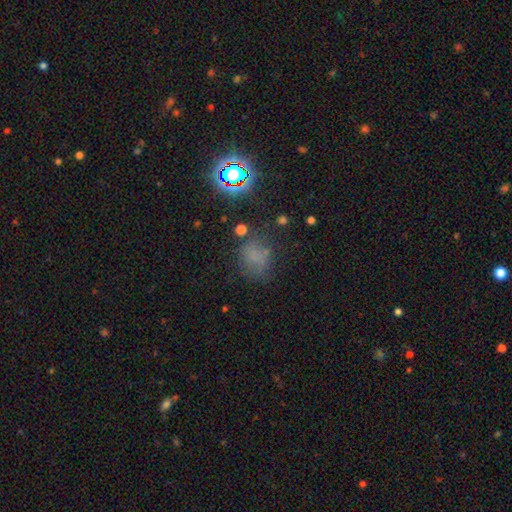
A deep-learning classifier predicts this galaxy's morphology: smooth-or-featured: smooth: 57% | star or artifact: 29% | featured or disk: 14%
  how-rounded: round: 52% | in between: 46% | cigar-shaped: 1%
  merging: none: 59% | minor disturbance: 23% | major disturbance: 13% | merger: 5%